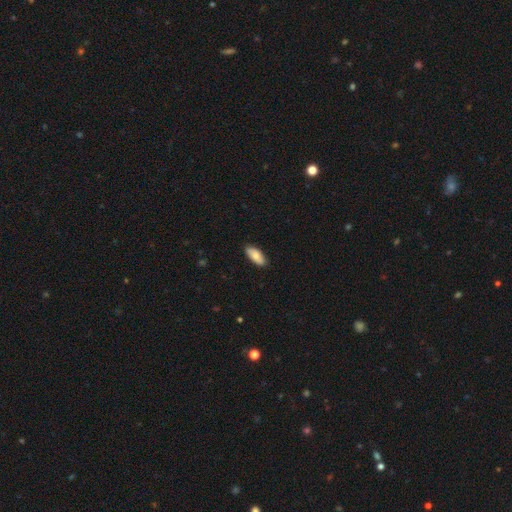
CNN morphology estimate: Smooth or featured: smooth — 76% (featured or disk — 18%)
How rounded: in between — 87% (cigar-shaped — 11%)
Merging: none — 87% (minor disturbance — 11%)